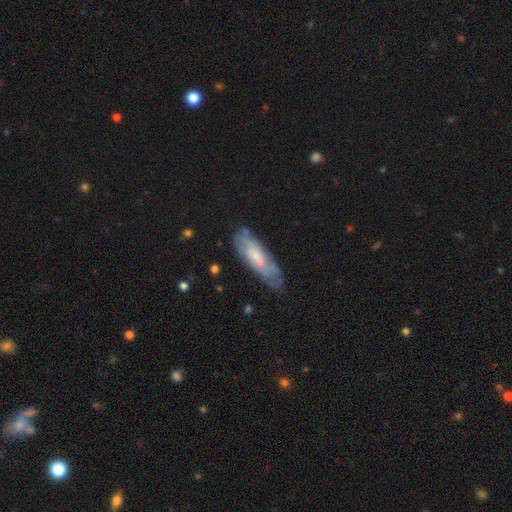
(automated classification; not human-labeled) This is possibly a featured or disk galaxy (48%). Merging: likely none (70%).